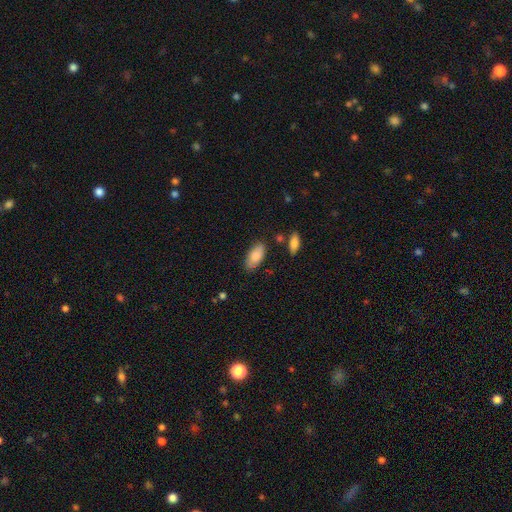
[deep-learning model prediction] This appears to be a smooth galaxy with no disk features (82%) that is in between round and cigar-shaped (88%). Merging: none (81%).